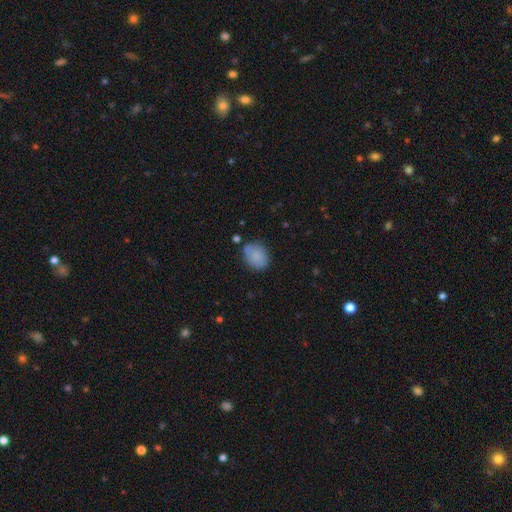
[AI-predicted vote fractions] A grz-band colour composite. It shows a smooth galaxy with no disk features (83%) that is in between round and cigar-shaped (52%). Merging: none (70%).